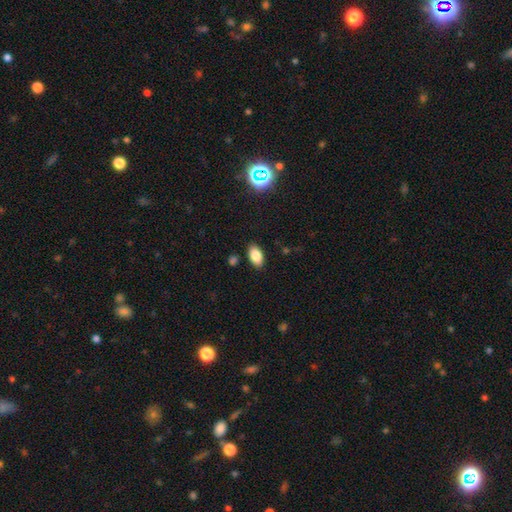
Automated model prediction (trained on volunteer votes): This appears to be a smooth galaxy with no disk features (84%) that is in between round and cigar-shaped (92%). Merging: none (86%).